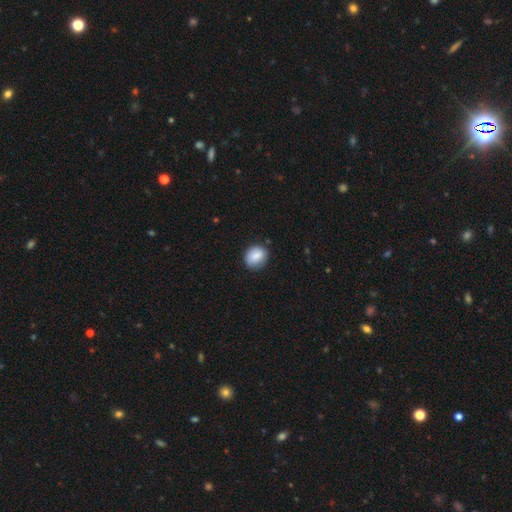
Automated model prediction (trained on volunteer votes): Smooth or featured? smooth (84%)
How rounded? round (67%)
Merging? none (82%)